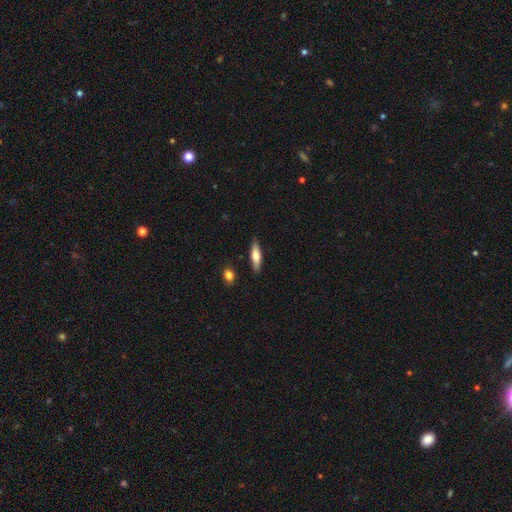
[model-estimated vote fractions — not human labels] smooth_or_featured: smooth (p=0.61) [alt: featured or disk p=0.33]
how_rounded: cigar-shaped (p=0.62) [alt: in between p=0.36]
merging: none (p=0.87) [alt: minor disturbance p=0.09]